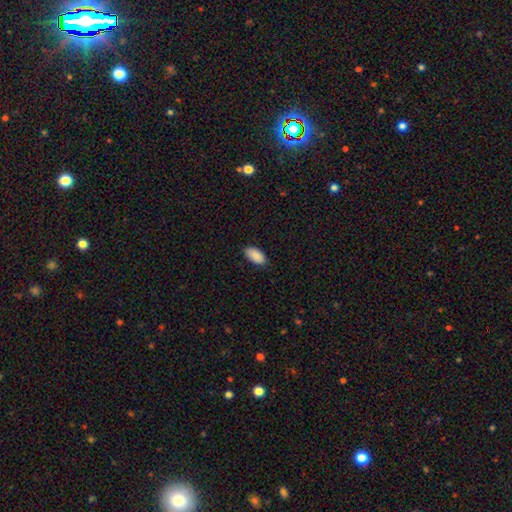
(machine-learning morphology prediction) Overall: smooth (90%). How rounded: in between (94%). Merging: none (86%).